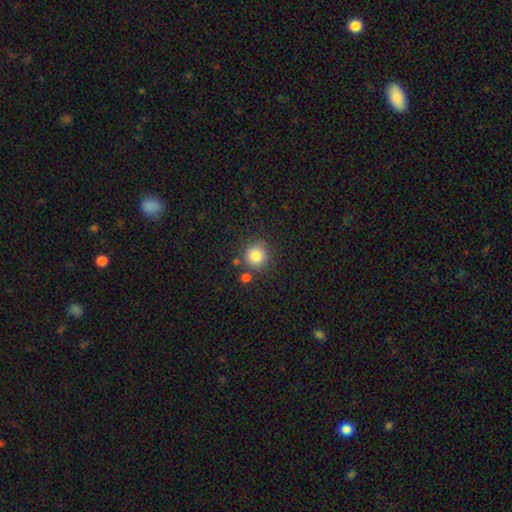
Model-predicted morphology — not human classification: Smooth or featured? Predicted: smooth (p=0.85). How rounded? Predicted: round (p=0.92). Merging? Predicted: none (p=0.81).